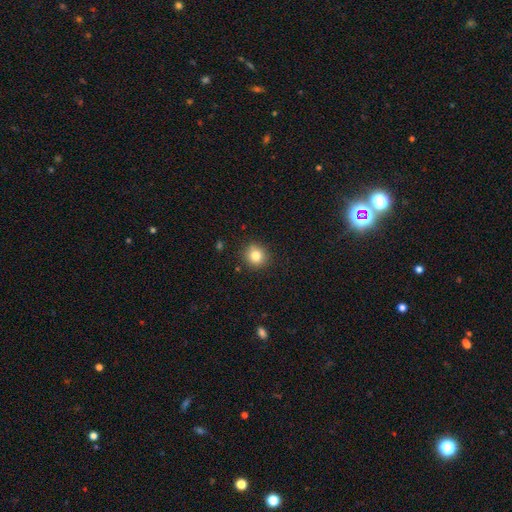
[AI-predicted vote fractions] smooth_or_featured: smooth (p=0.83) [alt: star or artifact p=0.11]
how_rounded: round (p=0.90) [alt: in between p=0.09]
merging: none (p=0.89) [alt: minor disturbance p=0.07]